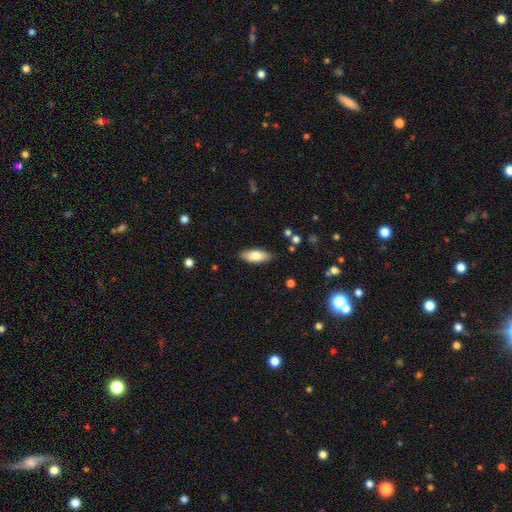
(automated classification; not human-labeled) smooth-or-featured: smooth: 76% | featured or disk: 17% | star or artifact: 6%
  how-rounded: in between: 78% | cigar-shaped: 20% | round: 2%
  merging: none: 87% | minor disturbance: 10% | major disturbance: 2% | merger: 1%